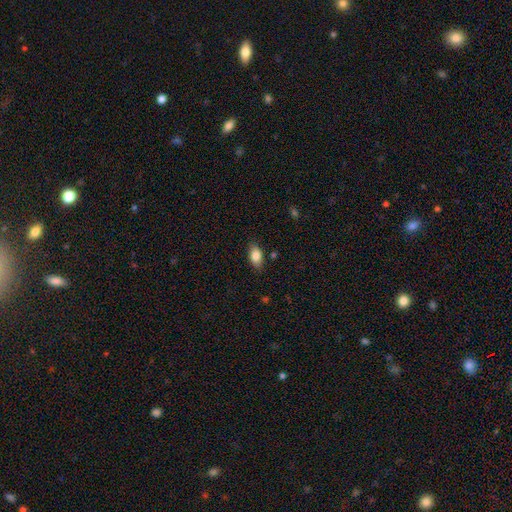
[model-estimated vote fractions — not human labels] smooth 85%, featured or disk 8%, star or artifact 7%. Down the decision tree: how rounded — in between (90%); merging — none (83%).